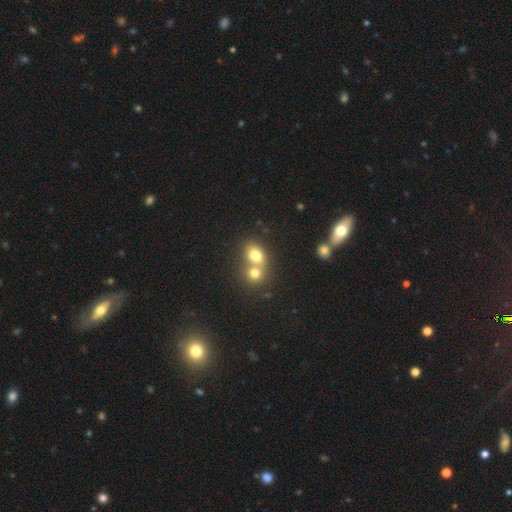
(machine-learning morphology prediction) The model was most divided on "how rounded": round: 51%, in between: 47%, cigar-shaped: 1%. More confident: smooth or featured — smooth (74%); merging — merger (61%).